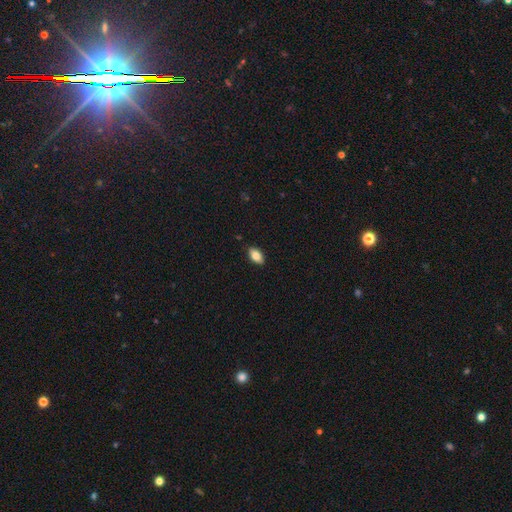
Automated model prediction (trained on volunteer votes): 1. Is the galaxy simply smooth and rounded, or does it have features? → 82% smooth, 11% featured or disk, 7% star or artifact.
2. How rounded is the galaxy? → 91% in between, 4% cigar-shaped, 4% round.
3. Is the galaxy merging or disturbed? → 87% none, 10% minor disturbance, 2% major disturbance, 1% merger.